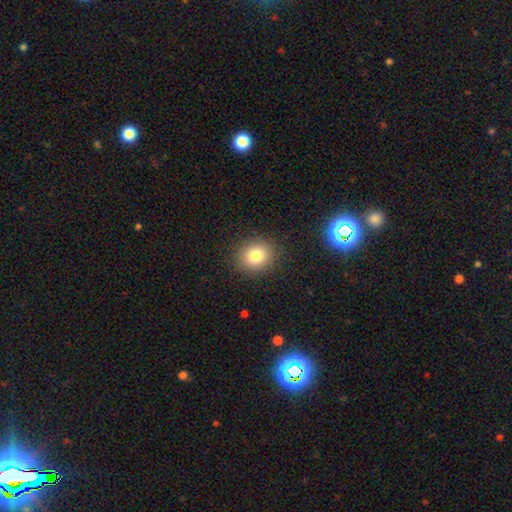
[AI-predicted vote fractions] Morphology: type=smooth (80%); roundness=round (73%); merging=none (89%).